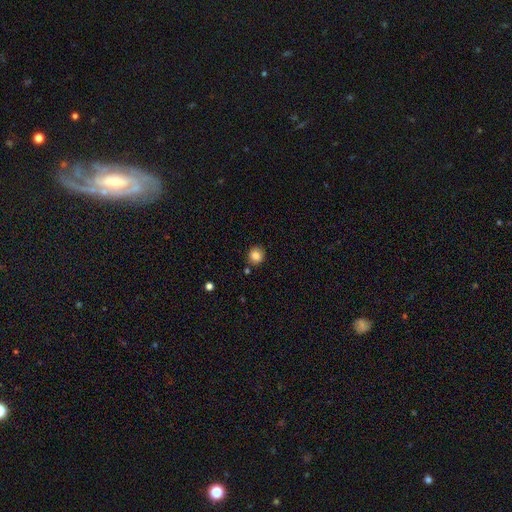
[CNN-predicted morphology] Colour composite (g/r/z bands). It shows a smooth galaxy with no disk features (83%) that is round (87%). Merging: none (85%).